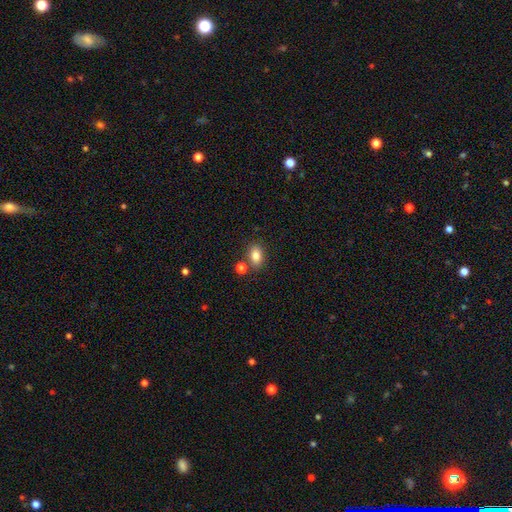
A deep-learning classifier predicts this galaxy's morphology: Q: Smooth or featured?
A: smooth (82%); runner-up: star or artifact (10%)
Q: How rounded?
A: in between (79%); runner-up: round (19%)
Q: Merging?
A: none (75%); runner-up: merger (11%)